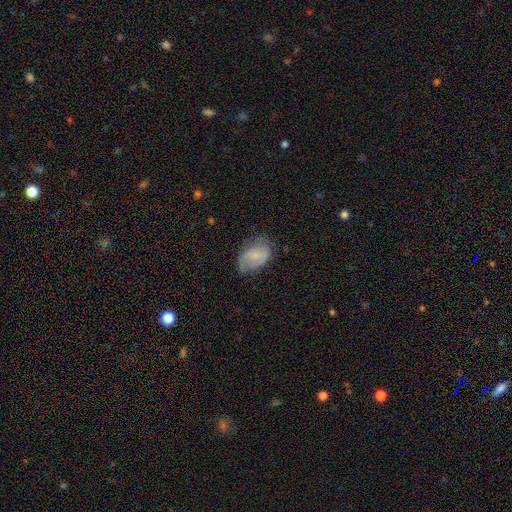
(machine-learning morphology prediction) Smooth or featured? smooth (61%)
How rounded? in between (86%)
Merging? none (55%)